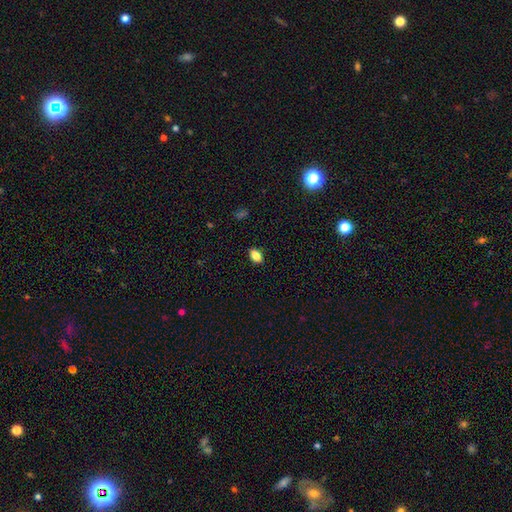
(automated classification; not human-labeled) Smooth or featured: smooth — 84% (star or artifact — 10%)
How rounded: in between — 86% (round — 11%)
Merging: none — 88% (minor disturbance — 9%)